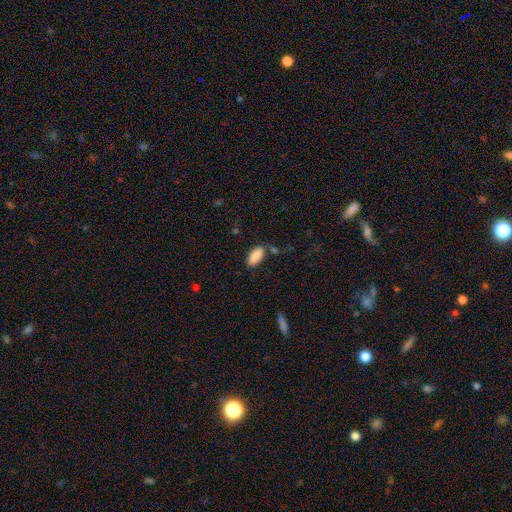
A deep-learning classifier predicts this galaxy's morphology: Smooth or featured? smooth (89%)
How rounded? in between (92%)
Merging? none (75%)